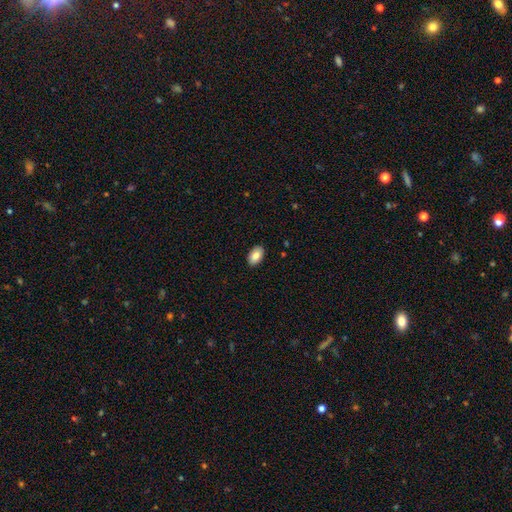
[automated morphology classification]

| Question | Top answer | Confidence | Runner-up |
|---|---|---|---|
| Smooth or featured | smooth | 82% | featured or disk (11%) |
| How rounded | in between | 93% | round (6%) |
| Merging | none | 89% | minor disturbance (8%) |